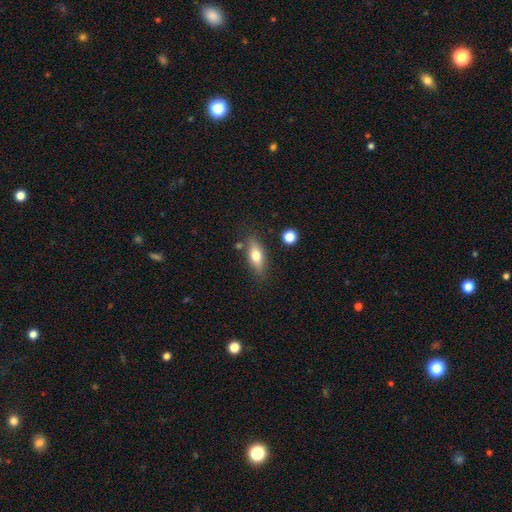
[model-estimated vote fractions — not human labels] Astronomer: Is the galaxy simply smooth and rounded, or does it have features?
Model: smooth — 62%.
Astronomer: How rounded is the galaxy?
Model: in between — 64%.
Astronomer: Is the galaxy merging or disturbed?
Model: none — 78%.